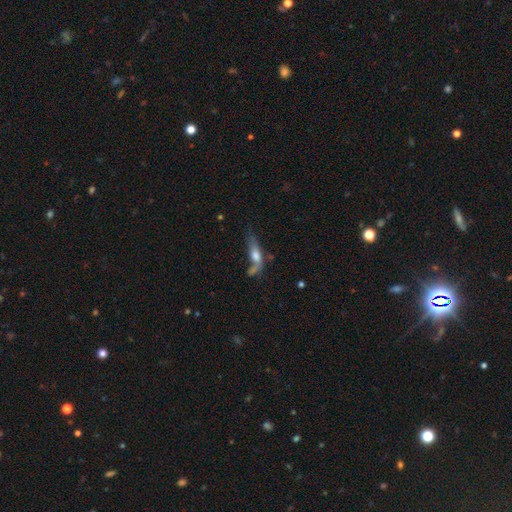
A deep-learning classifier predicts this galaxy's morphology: smooth_or_featured: smooth (p=0.52) [alt: featured or disk p=0.39]
how_rounded: cigar-shaped (p=0.50) [alt: in between p=0.45]
merging: none (p=0.30) [alt: major disturbance p=0.28]